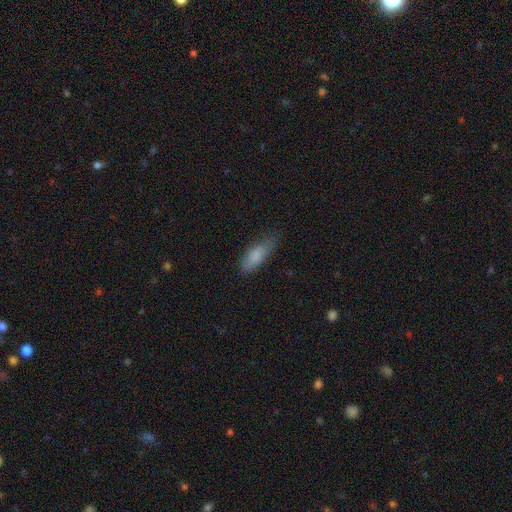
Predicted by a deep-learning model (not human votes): Overall: smooth (81%). How rounded: in between (65%; cigar-shaped 33%). Merging: none (63%; minor disturbance 29%).